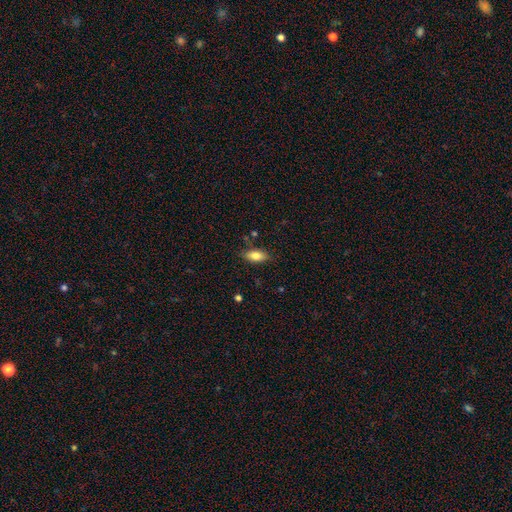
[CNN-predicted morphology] smooth-or-featured: smooth: 81% | featured or disk: 12% | star or artifact: 7%
  how-rounded: in between: 87% | cigar-shaped: 10% | round: 3%
  merging: none: 81% | minor disturbance: 14% | major disturbance: 3% | merger: 2%